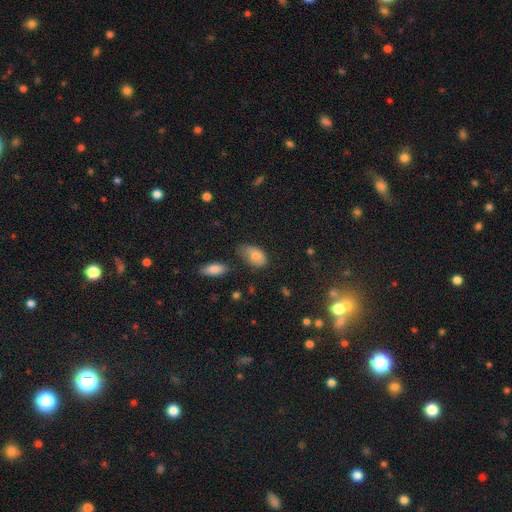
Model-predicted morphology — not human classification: This is likely a smooth galaxy (76%). How rounded: clearly in between (90%). Merging: marginally none (41%).